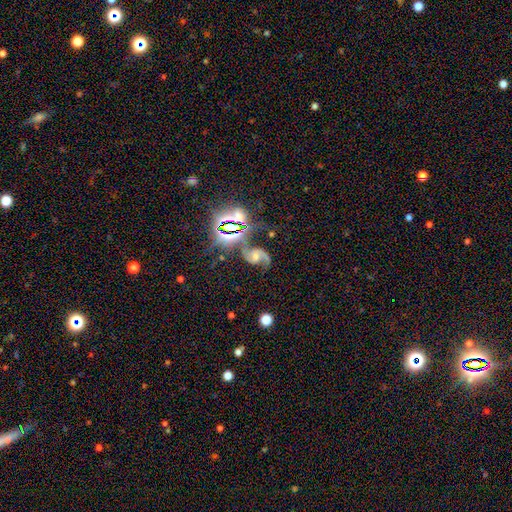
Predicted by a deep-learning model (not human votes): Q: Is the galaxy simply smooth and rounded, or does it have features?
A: featured or disk — 80%.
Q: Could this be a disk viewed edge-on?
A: no — 98%.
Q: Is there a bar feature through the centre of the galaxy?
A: no — 51%.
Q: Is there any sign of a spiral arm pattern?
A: yes — 97%.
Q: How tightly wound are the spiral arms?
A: loose — 47%.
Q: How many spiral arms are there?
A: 2 — 92%.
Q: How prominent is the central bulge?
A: moderate — 47%.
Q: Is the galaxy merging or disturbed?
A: none — 62%.